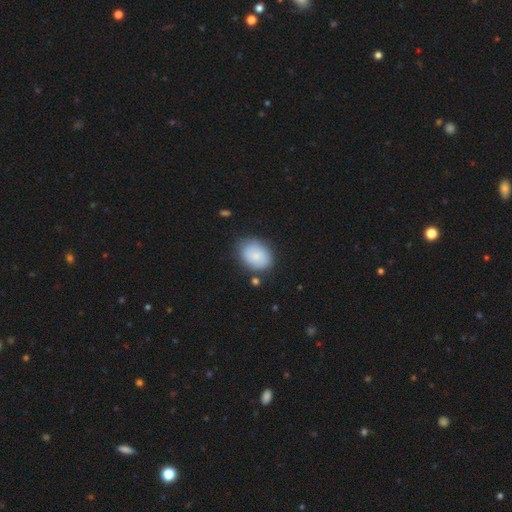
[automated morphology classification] Smooth or featured?
  - smooth: 78% *
  - featured or disk: 15%
  - star or artifact: 7%
How rounded?
  - in between: 64% *
  - round: 35%
  - cigar-shaped: 1%
Merging?
  - none: 75% *
  - minor disturbance: 17%
  - major disturbance: 4%
  - merger: 3%